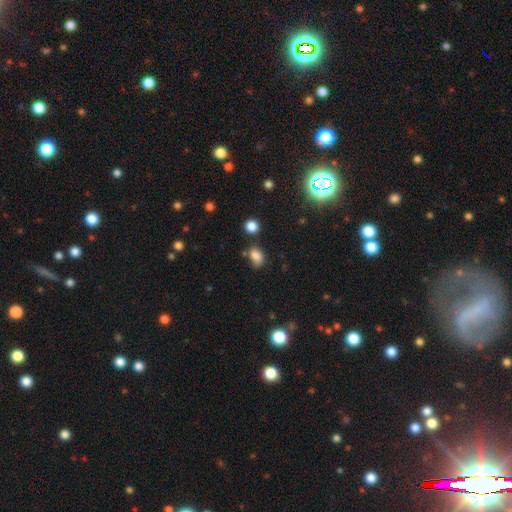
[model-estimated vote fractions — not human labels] Overall: smooth (82%). How rounded: in between (74%). Merging: none (59%; minor disturbance 24%).